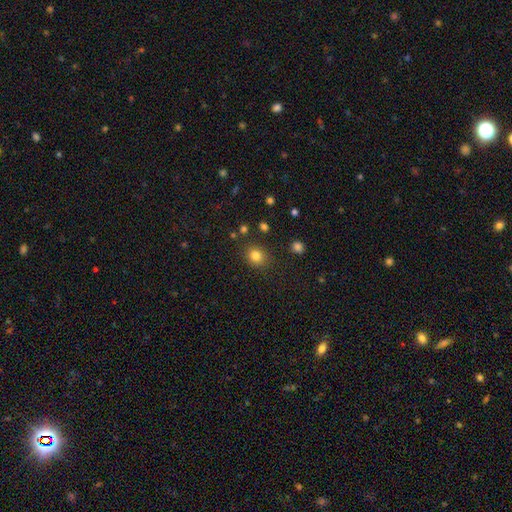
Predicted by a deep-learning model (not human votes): Smooth or featured? smooth (82%)
How rounded? round (73%)
Merging? none (83%)